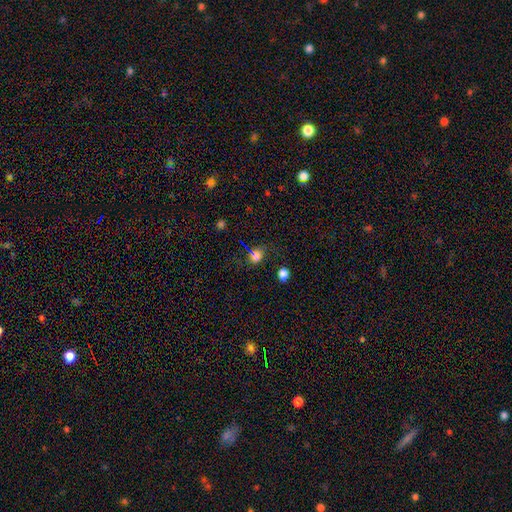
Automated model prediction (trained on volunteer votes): The model was most divided on "how rounded": round: 52%, in between: 46%, cigar-shaped: 2%. More confident: merging — none (72%); smooth or featured — smooth (71%).